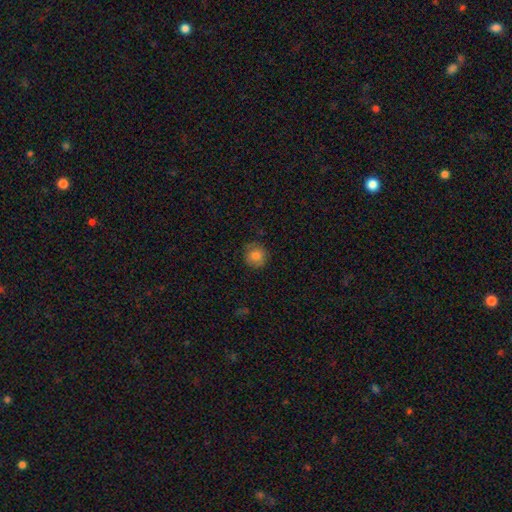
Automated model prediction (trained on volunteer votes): Smooth or featured? Predicted: smooth (p=0.80). How rounded? Predicted: round (p=0.88). Merging? Predicted: none (p=0.80).